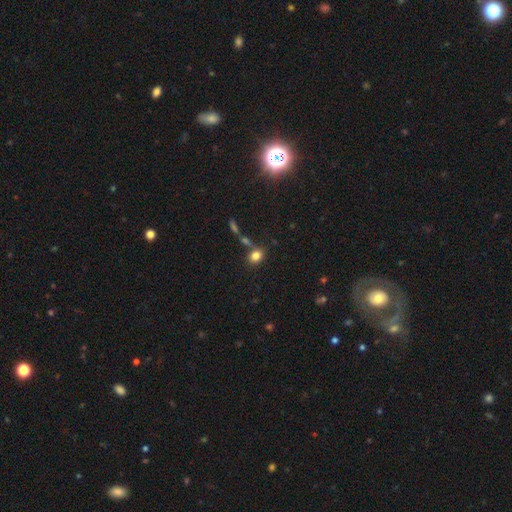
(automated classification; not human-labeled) Smooth or featured?
  - smooth: 81% *
  - star or artifact: 11%
  - featured or disk: 8%
How rounded?
  - in between: 60% *
  - round: 39%
  - cigar-shaped: 2%
Merging?
  - none: 63% *
  - merger: 19%
  - minor disturbance: 13%
  - major disturbance: 5%